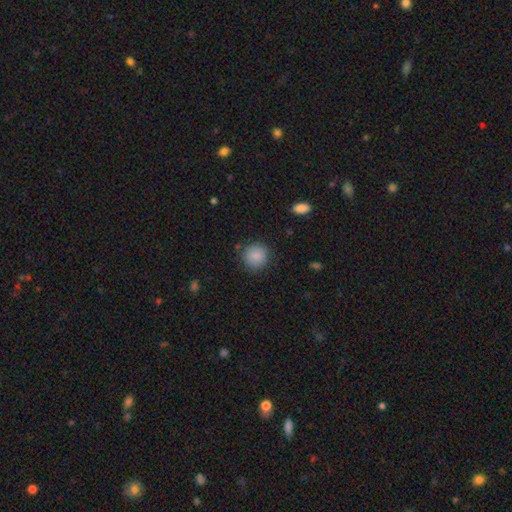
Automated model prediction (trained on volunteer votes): Smooth or featured? smooth (87%)
How rounded? round (90%)
Merging? none (85%)